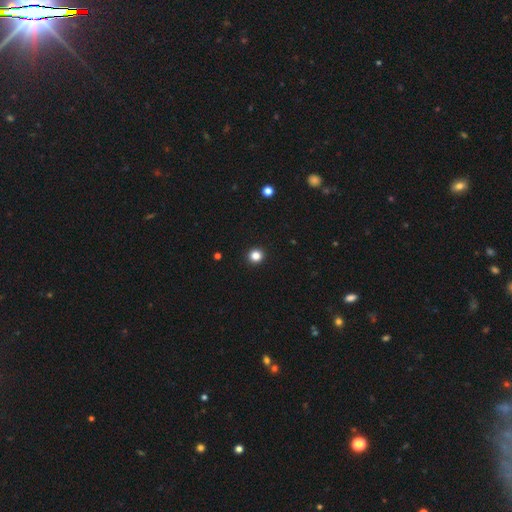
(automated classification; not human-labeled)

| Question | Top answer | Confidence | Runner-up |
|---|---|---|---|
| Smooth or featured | smooth | 84% | star or artifact (12%) |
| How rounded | round | 95% | in between (4%) |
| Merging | none | 94% | minor disturbance (4%) |